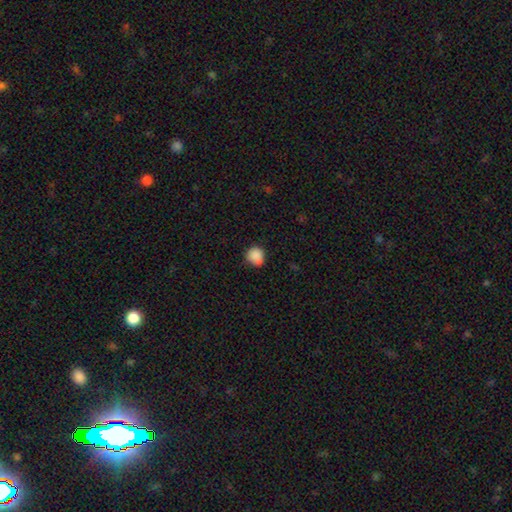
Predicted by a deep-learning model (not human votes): A smooth galaxy with no disk features (87%) that is round (85%).

Vote fractions:
- Smooth or featured? smooth: 87% / star or artifact: 10% / featured or disk: 3%
- How rounded? round: 85% / in between: 14% / cigar-shaped: 1%
- Merging? none: 75% / minor disturbance: 20% / major disturbance: 3% / merger: 2%